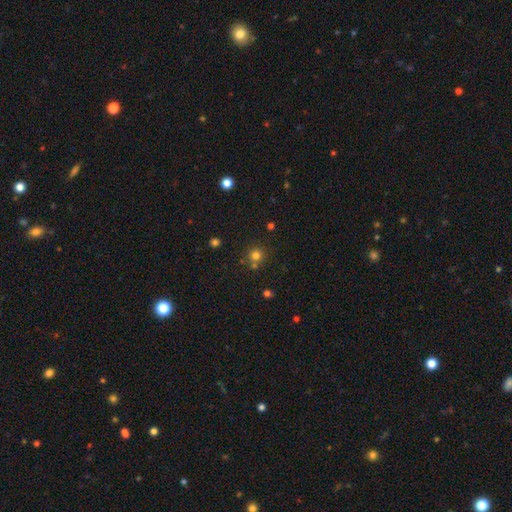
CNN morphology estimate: A smooth galaxy with no disk features (74%) that is round (91%).

Vote fractions:
- Smooth or featured? smooth: 74% / star or artifact: 18% / featured or disk: 8%
- How rounded? round: 91% / in between: 8% / cigar-shaped: 1%
- Merging? none: 67% / merger: 21% / minor disturbance: 8% / major disturbance: 3%